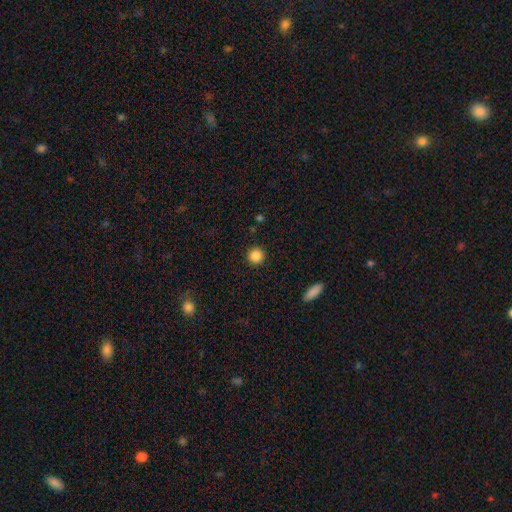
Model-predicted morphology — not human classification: Smooth or featured? smooth (87%)
How rounded? round (95%)
Merging? none (92%)